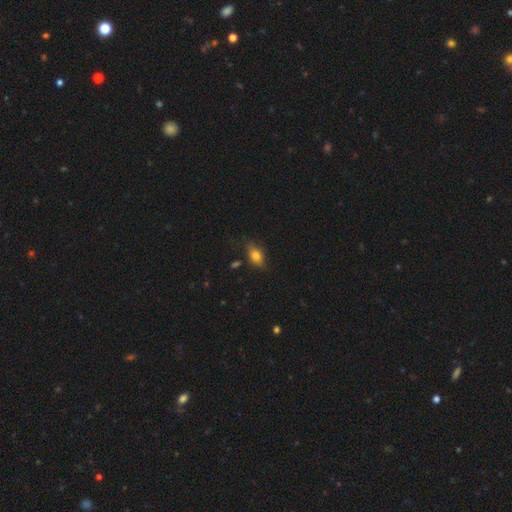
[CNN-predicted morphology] Smooth or featured?
  - smooth: 76% *
  - featured or disk: 15%
  - star or artifact: 9%
How rounded?
  - in between: 81% *
  - round: 14%
  - cigar-shaped: 5%
Merging?
  - none: 70% *
  - minor disturbance: 23%
  - major disturbance: 5%
  - merger: 3%